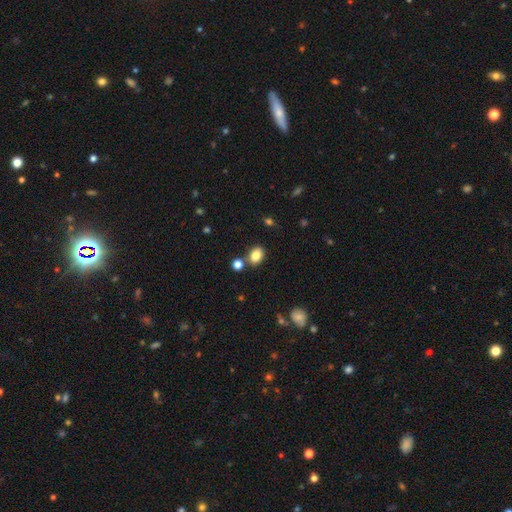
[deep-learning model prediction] Smooth or featured? smooth (84%)
How rounded? in between (73%)
Merging? none (73%)